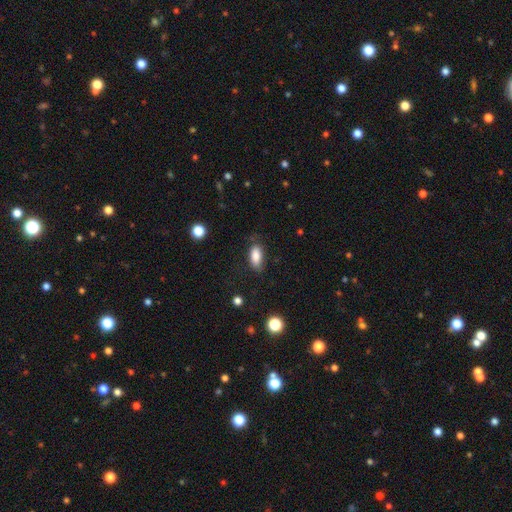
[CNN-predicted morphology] type=smooth (85%); roundness=in between (86%); merging=none (72%).